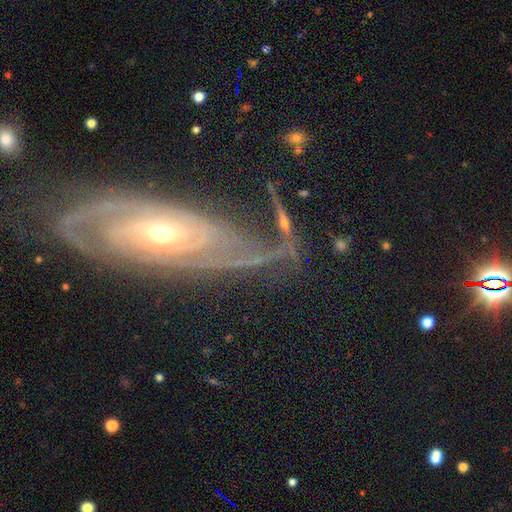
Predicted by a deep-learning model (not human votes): A featured or disk galaxy (83%) with no bar (55%), 2 (50%) tight (61%) spiral arms (96%) and a moderate central bulge (49%). Merging: none (70%).